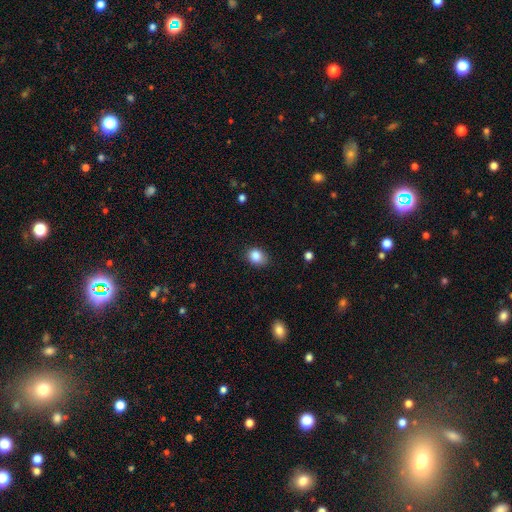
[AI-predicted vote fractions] Morphology: type=smooth (86%); roundness=round (52%); merging=none (76%).